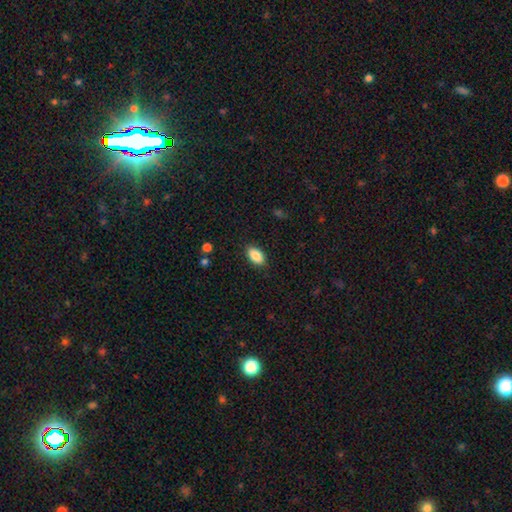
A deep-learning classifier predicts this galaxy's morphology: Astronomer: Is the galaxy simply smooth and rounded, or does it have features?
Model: smooth — 87%.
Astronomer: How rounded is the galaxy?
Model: in between — 93%.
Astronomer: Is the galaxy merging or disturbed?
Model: none — 87%.